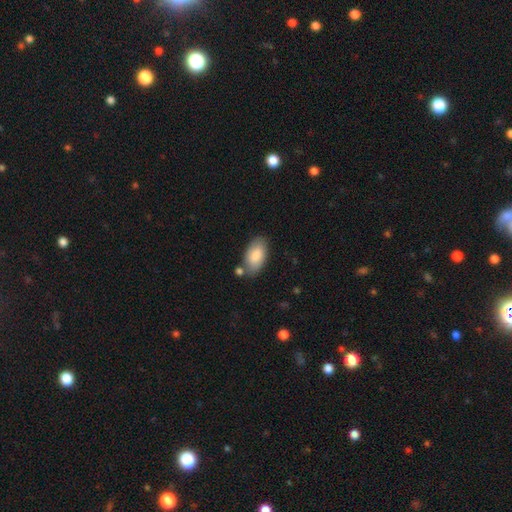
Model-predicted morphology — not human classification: smooth-or-featured: smooth: 84% | featured or disk: 10% | star or artifact: 6%
  how-rounded: in between: 94% | round: 3% | cigar-shaped: 3%
  merging: none: 71% | minor disturbance: 16% | merger: 10% | major disturbance: 4%